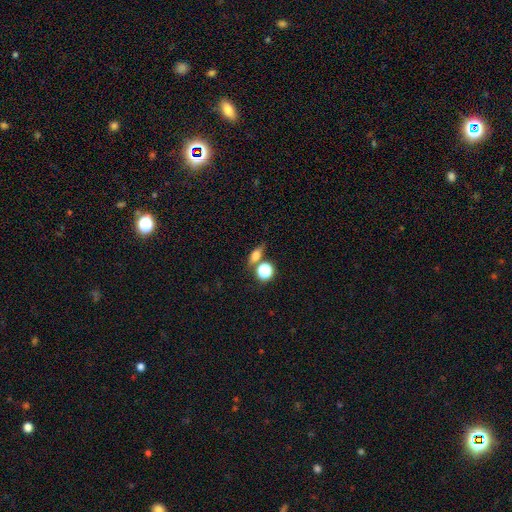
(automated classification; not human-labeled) Morphology: type=smooth (65%); roundness=in between (55%); merging=none (66%).